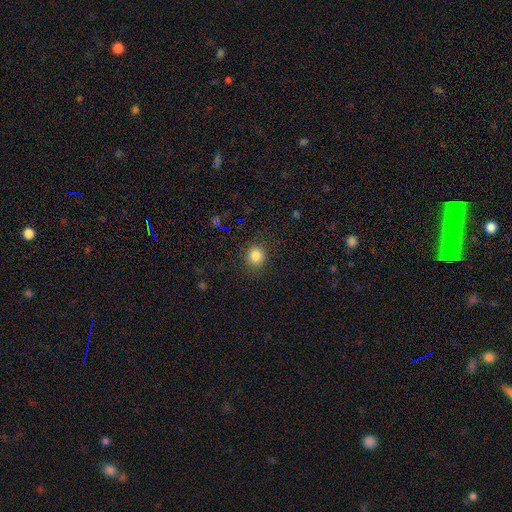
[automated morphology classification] Smooth or featured? Predicted: smooth (p=0.82). How rounded? Predicted: round (p=0.86). Merging? Predicted: none (p=0.88).